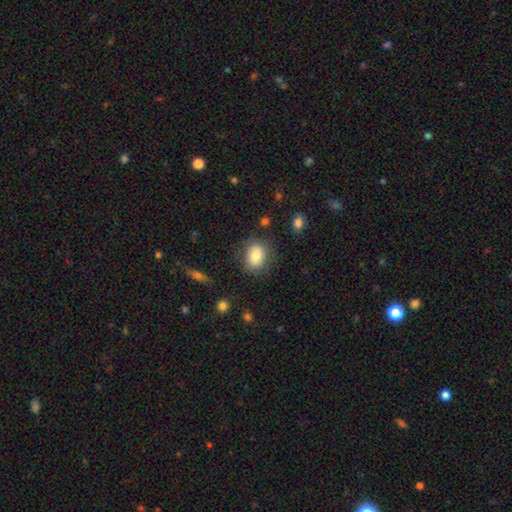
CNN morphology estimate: type=smooth (79%); roundness=in between (54%); merging=none (78%).